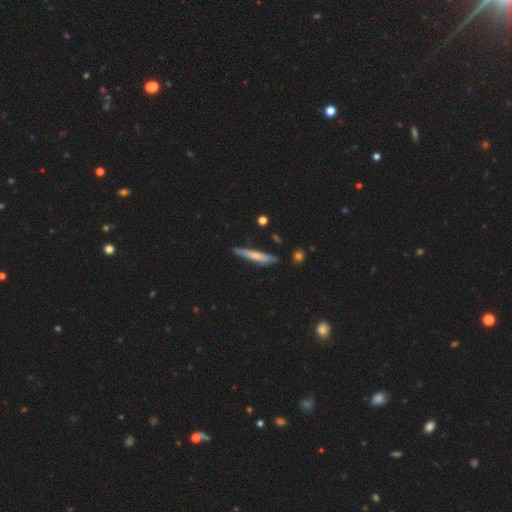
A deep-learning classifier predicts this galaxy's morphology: This appears to be a smooth galaxy with no disk features (55%) that is cigar-shaped (92%). Merging: none (77%).